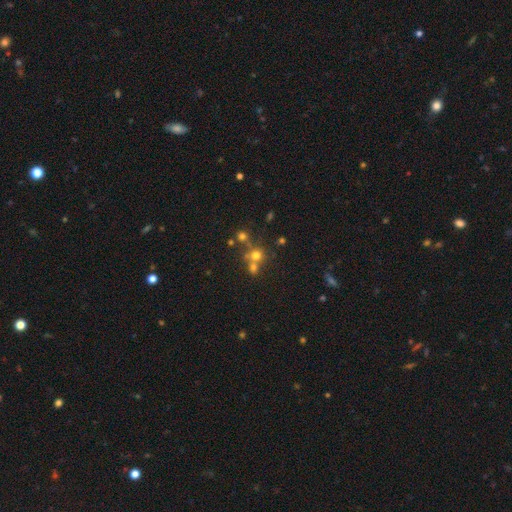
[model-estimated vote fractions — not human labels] Morphology: type=smooth (64%); roundness=round (86%); merging=none (49%).